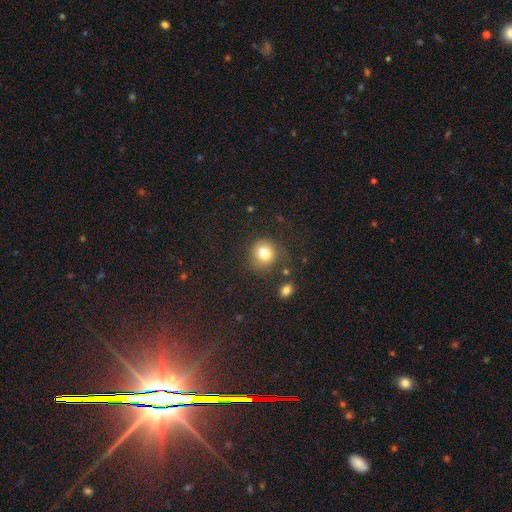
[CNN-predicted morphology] Q: Smooth or featured?
A: smooth (53%); runner-up: star or artifact (36%)
Q: How rounded?
A: round (85%); runner-up: in between (14%)
Q: Merging?
A: none (87%); runner-up: minor disturbance (7%)